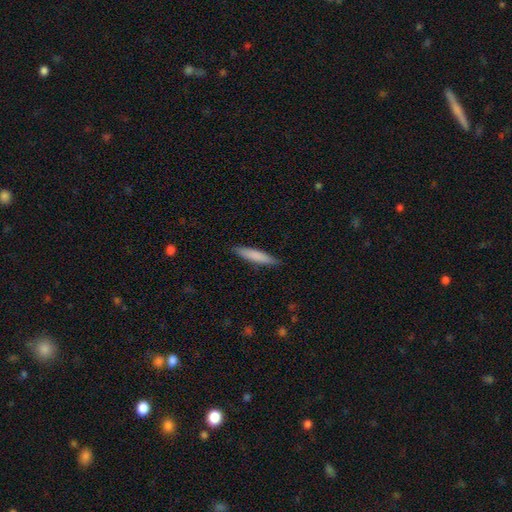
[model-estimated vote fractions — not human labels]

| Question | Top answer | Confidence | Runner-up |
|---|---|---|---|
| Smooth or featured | smooth | 79% | featured or disk (15%) |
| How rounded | cigar-shaped | 88% | in between (11%) |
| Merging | none | 88% | minor disturbance (9%) |